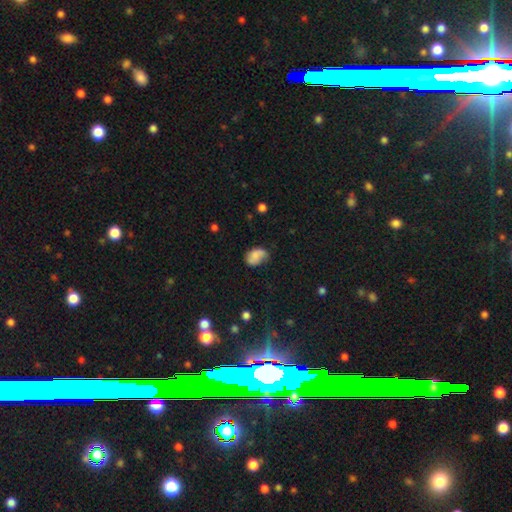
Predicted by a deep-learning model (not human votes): Q: Smooth or featured?
A: smooth (69%); runner-up: featured or disk (22%)
Q: How rounded?
A: in between (78%); runner-up: round (21%)
Q: Merging?
A: none (49%); runner-up: minor disturbance (34%)